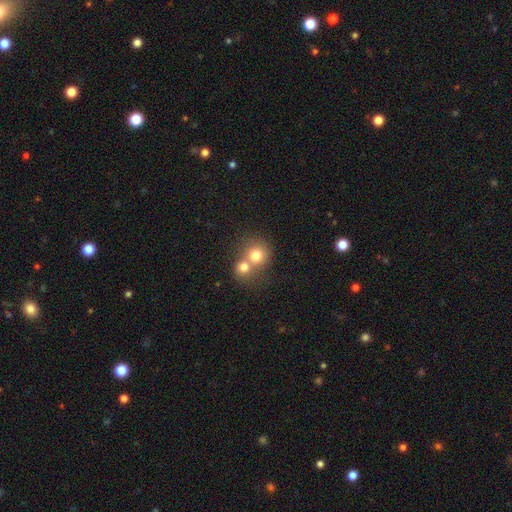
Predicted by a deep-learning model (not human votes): Morphology: type=smooth (74%); roundness=round (81%); merging=merger (61%).